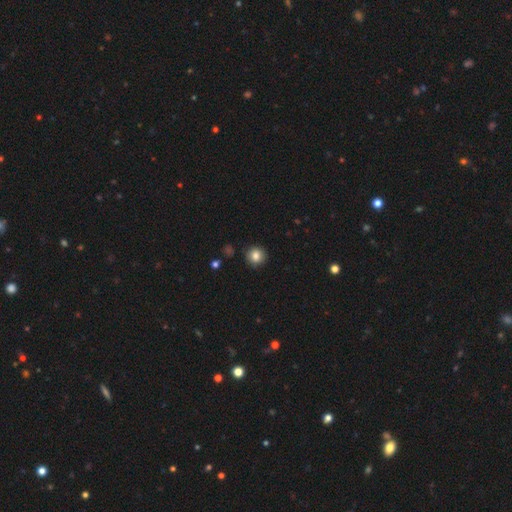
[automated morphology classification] Smooth or featured?
  - smooth: 84% *
  - star or artifact: 10%
  - featured or disk: 6%
How rounded?
  - round: 93% *
  - in between: 6%
  - cigar-shaped: 1%
Merging?
  - none: 90% *
  - minor disturbance: 6%
  - major disturbance: 2%
  - merger: 1%